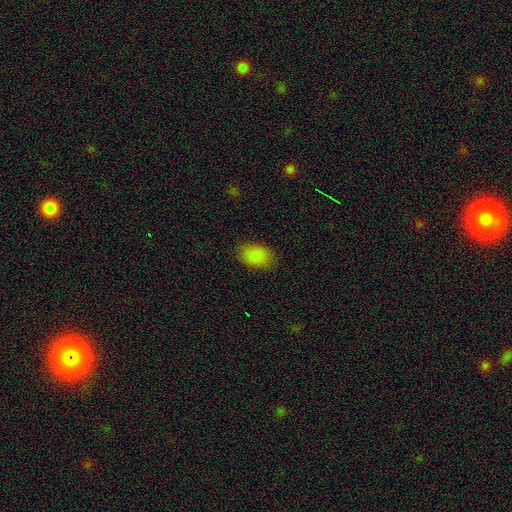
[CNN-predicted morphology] Overall: smooth (86%). How rounded: in between (87%). Merging: none (83%).